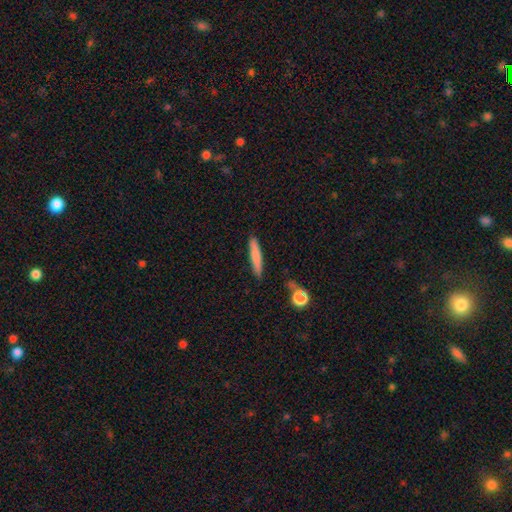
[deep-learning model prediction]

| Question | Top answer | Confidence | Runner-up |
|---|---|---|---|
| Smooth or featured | smooth | 78% | featured or disk (15%) |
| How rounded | cigar-shaped | 92% | in between (7%) |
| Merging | none | 85% | minor disturbance (10%) |